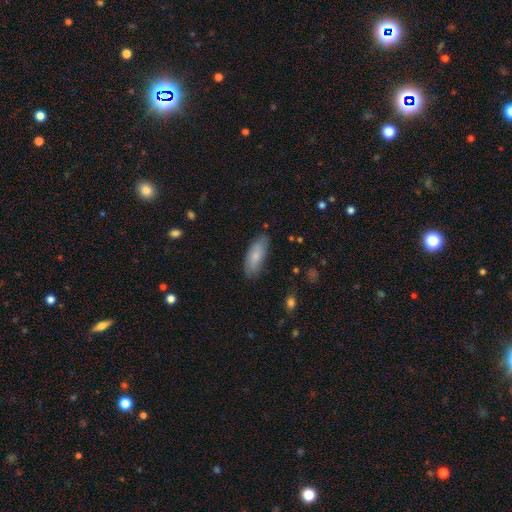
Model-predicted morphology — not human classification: Overall: smooth (79%). How rounded: in between (76%). Merging: none (80%).